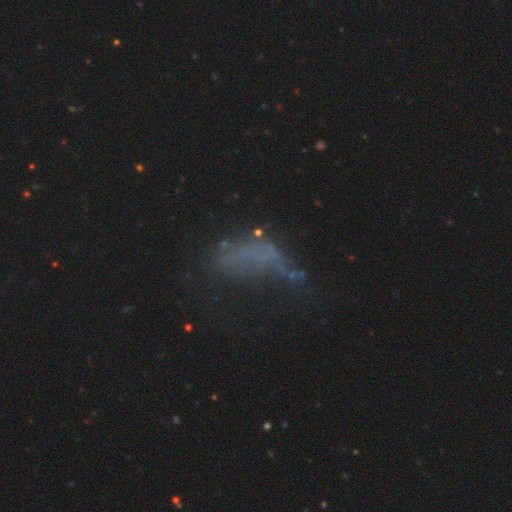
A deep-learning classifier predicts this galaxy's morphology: Q: Smooth or featured?
A: star or artifact (37%); runner-up: featured or disk (32%)